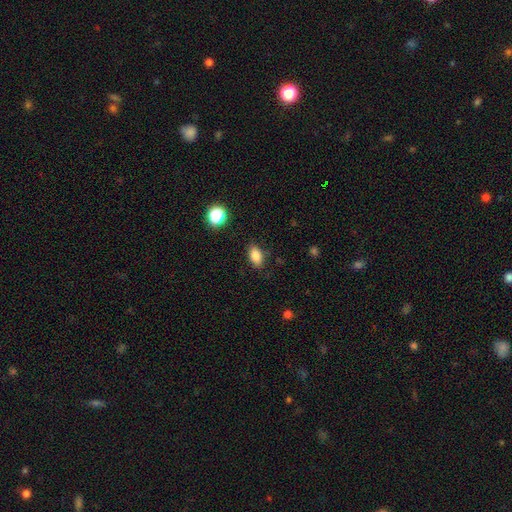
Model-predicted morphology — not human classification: smooth 84%, star or artifact 10%, featured or disk 6%. Down the decision tree: how rounded — in between (88%); merging — none (85%).